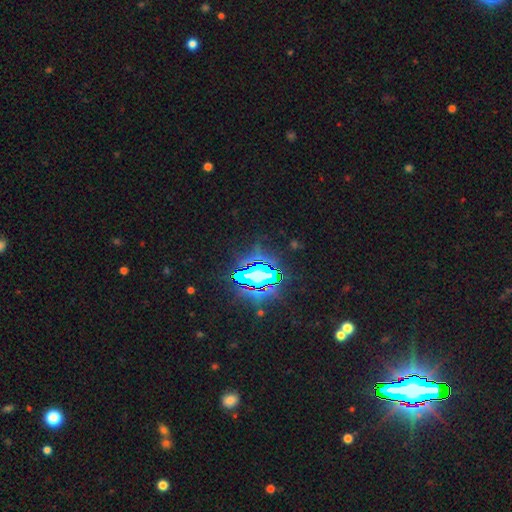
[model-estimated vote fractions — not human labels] Smooth or featured? star or artifact (84%)